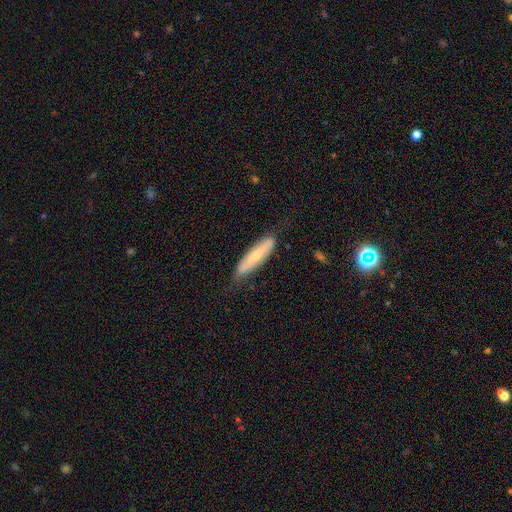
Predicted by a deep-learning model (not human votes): smooth_or_featured: smooth (p=0.50) [alt: featured or disk p=0.44]
how_rounded: cigar-shaped (p=0.78) [alt: in between p=0.20]
merging: none (p=0.74) [alt: minor disturbance p=0.21]